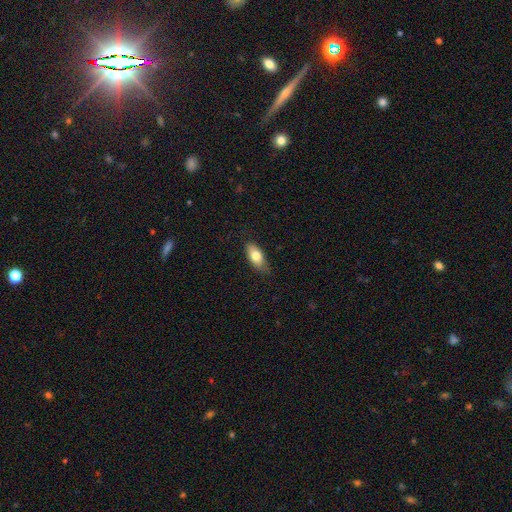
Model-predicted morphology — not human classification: smooth-or-featured: smooth: 75% | featured or disk: 18% | star or artifact: 7%
  how-rounded: in between: 86% | cigar-shaped: 10% | round: 4%
  merging: none: 77% | minor disturbance: 19% | major disturbance: 3% | merger: 1%